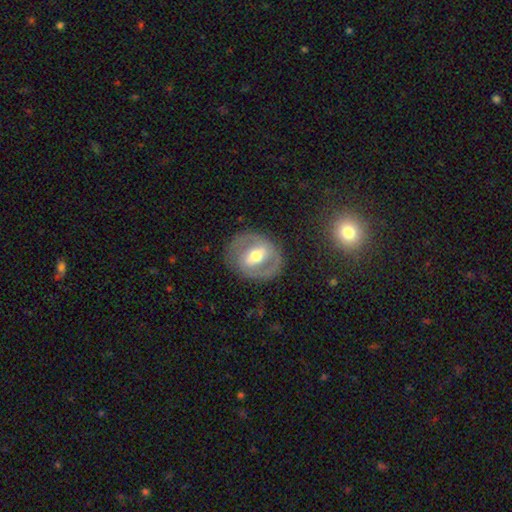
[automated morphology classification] A featured or disk galaxy (72%) with a strong bar (44%), spiral arms (64%) and a moderate central bulge (70%). Merging: none (79%).